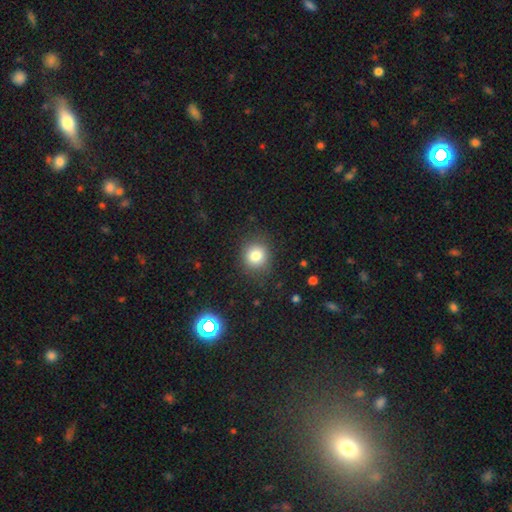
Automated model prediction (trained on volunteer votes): Smooth or featured? smooth (80%)
How rounded? round (87%)
Merging? none (86%)